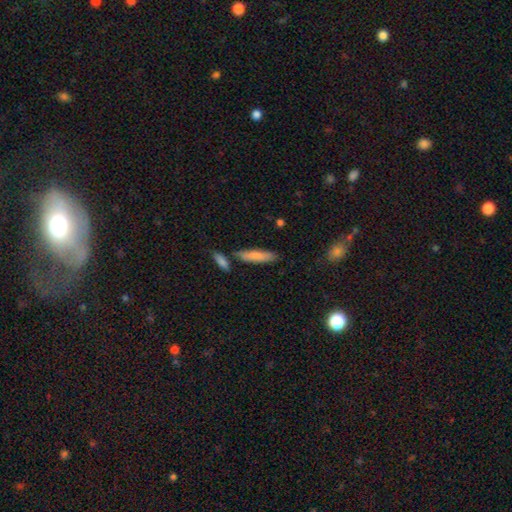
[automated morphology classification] Smooth or featured?
  - smooth: 78% *
  - featured or disk: 16%
  - star or artifact: 6%
How rounded?
  - cigar-shaped: 72% *
  - in between: 26%
  - round: 2%
Merging?
  - none: 72% *
  - minor disturbance: 13%
  - merger: 11%
  - major disturbance: 3%